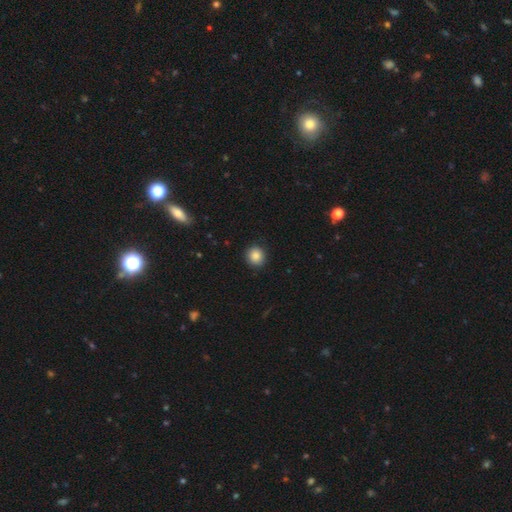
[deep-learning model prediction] smooth 86%, star or artifact 10%, featured or disk 5%. Down the decision tree: how rounded — round (91%); merging — none (90%).